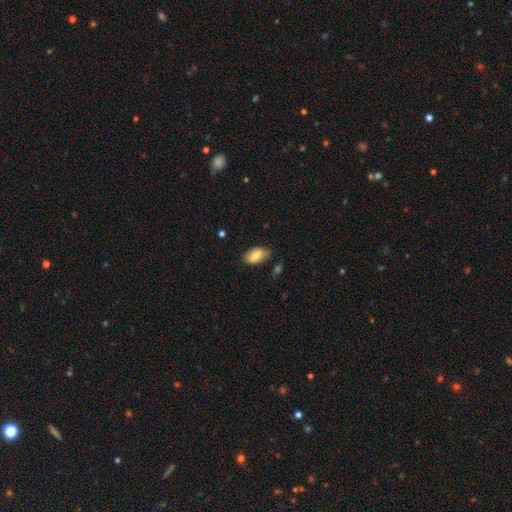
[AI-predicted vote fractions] Morphology: type=smooth (81%); roundness=in between (94%); merging=none (75%).